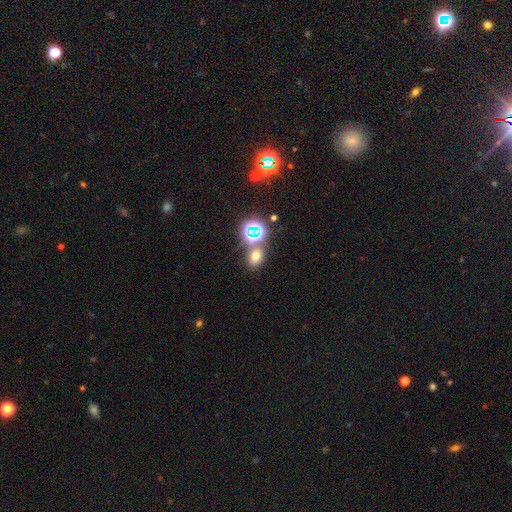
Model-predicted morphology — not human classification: This appears to be a smooth galaxy with no disk features (60%) that is in between round and cigar-shaped (62%). Merging: none (67%).